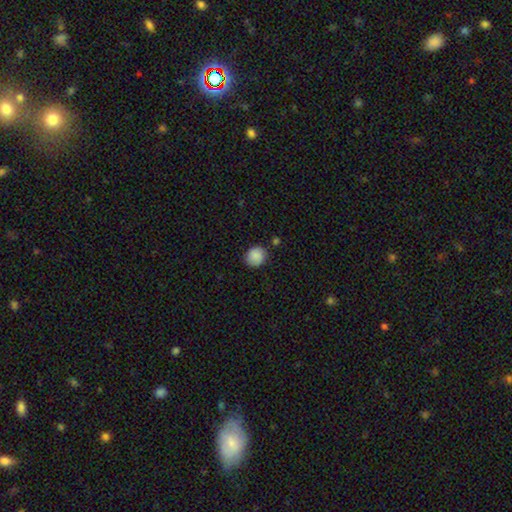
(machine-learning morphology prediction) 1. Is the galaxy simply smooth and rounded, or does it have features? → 88% smooth, 8% star or artifact, 5% featured or disk.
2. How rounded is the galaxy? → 81% round, 19% in between, 1% cigar-shaped.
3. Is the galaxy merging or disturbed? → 82% none, 12% minor disturbance, 3% merger, 3% major disturbance.